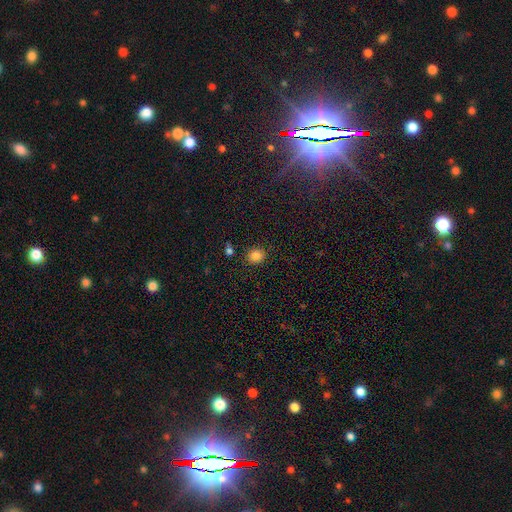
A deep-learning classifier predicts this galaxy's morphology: The model was most divided on "how rounded": round: 78%, in between: 21%, cigar-shaped: 1%. More confident: merging — none (87%); smooth or featured — smooth (83%).